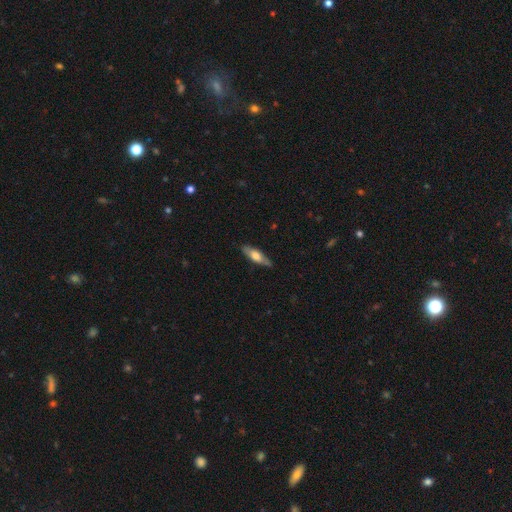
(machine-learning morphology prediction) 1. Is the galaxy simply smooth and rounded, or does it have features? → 54% smooth, 41% featured or disk, 6% star or artifact.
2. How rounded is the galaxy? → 57% cigar-shaped, 41% in between, 2% round.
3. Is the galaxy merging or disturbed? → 84% none, 13% minor disturbance, 2% major disturbance, 1% merger.